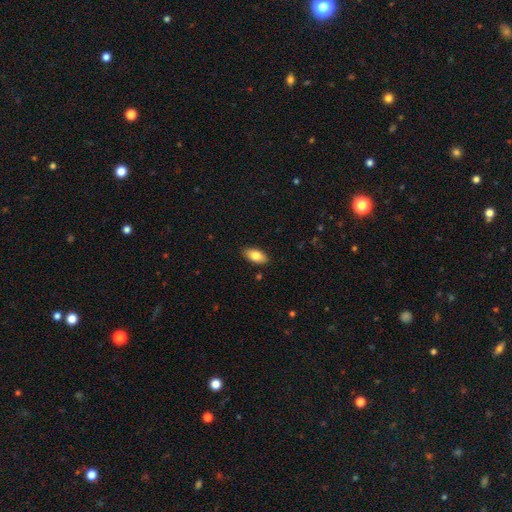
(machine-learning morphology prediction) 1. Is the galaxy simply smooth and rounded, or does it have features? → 82% smooth, 11% featured or disk, 7% star or artifact.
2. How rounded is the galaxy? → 92% in between, 5% cigar-shaped, 3% round.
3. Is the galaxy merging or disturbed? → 88% none, 9% minor disturbance, 2% major disturbance, 1% merger.